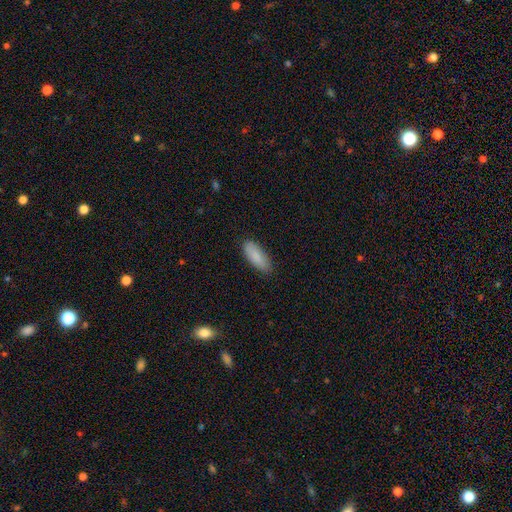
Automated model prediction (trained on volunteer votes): Smooth or featured? Predicted: smooth (p=0.88). How rounded? Predicted: in between (p=0.71). Merging? Predicted: none (p=0.86).